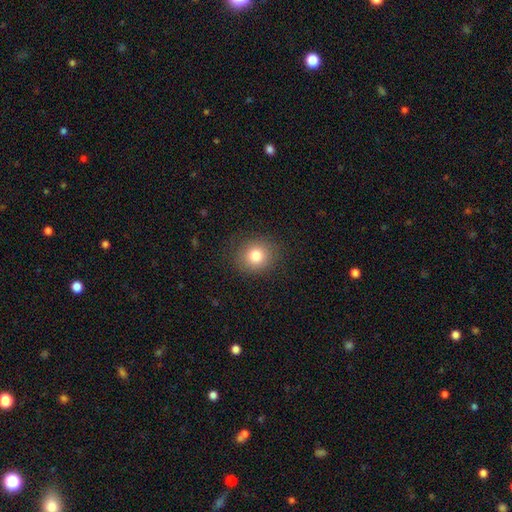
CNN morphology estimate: A smooth galaxy with no disk features (80%) that is round (80%). Merging: none (87%).